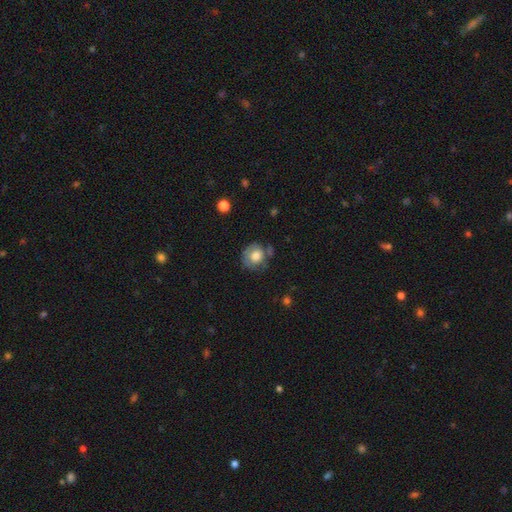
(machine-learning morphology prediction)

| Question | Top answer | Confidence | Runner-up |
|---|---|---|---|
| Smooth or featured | smooth | 67% | featured or disk (25%) |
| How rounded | round | 78% | in between (21%) |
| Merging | none | 58% | minor disturbance (26%) |